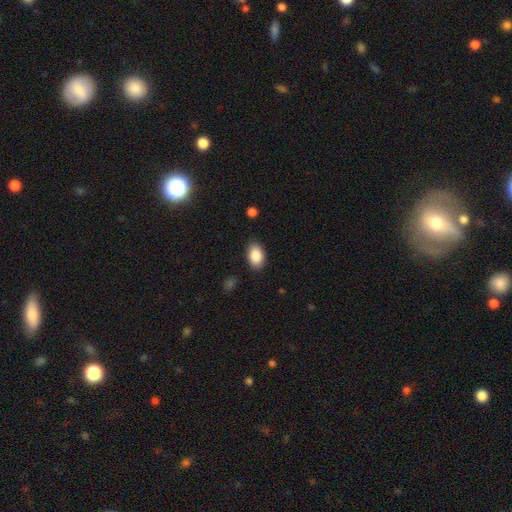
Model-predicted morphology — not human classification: This appears to be a smooth galaxy with no disk features (89%) that is in between round and cigar-shaped (90%). Merging: none (86%).